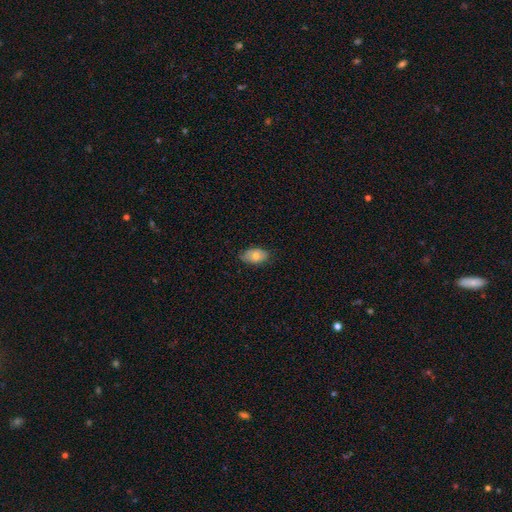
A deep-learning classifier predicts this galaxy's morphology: smooth 70%, featured or disk 23%, star or artifact 7%. Down the decision tree: how rounded — in between (91%); merging — none (77%).